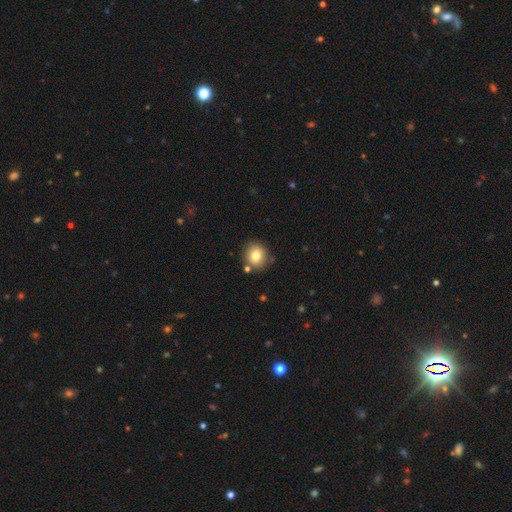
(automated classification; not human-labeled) smooth-or-featured: smooth: 79% | featured or disk: 10% | star or artifact: 10%
  how-rounded: round: 85% | in between: 14% | cigar-shaped: 1%
  merging: none: 81% | minor disturbance: 11% | merger: 6% | major disturbance: 3%